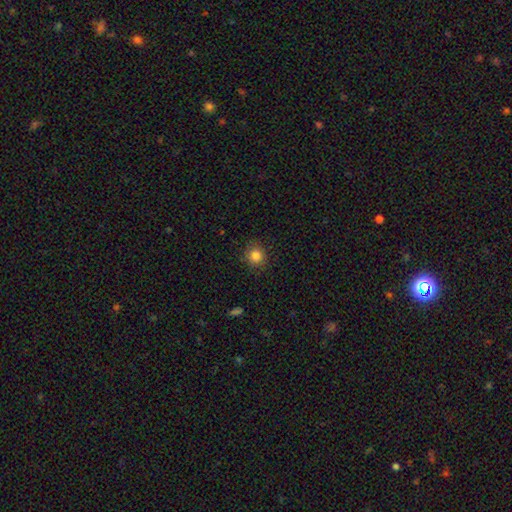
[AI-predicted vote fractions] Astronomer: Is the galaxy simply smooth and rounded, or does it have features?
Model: smooth — 84%.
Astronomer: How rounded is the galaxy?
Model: round — 88%.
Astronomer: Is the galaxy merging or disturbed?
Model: none — 86%.